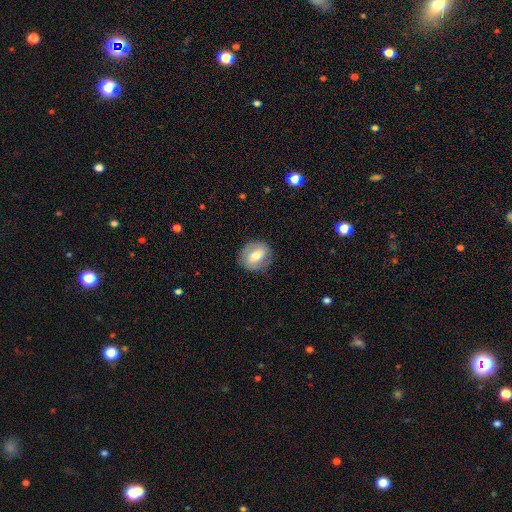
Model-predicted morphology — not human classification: A smooth galaxy with no disk features (56%) that is round (71%). Merging: none (83%).